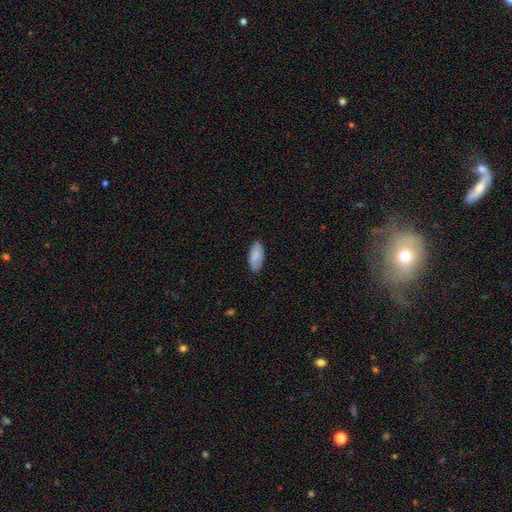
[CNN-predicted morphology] type=smooth (85%); roundness=in between (91%); merging=none (82%).